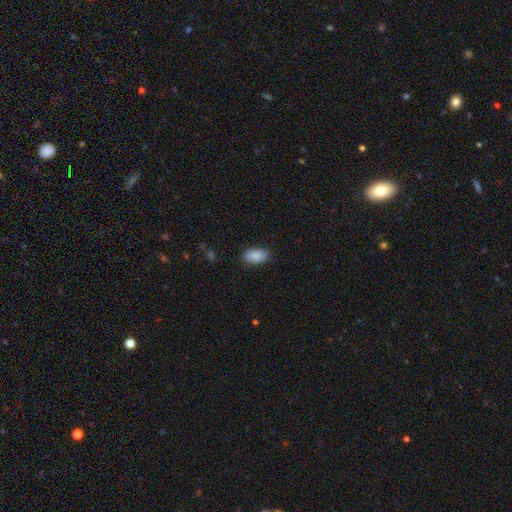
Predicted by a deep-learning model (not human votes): Smooth or featured? Predicted: smooth (p=0.84). How rounded? Predicted: in between (p=0.92). Merging? Predicted: none (p=0.84).